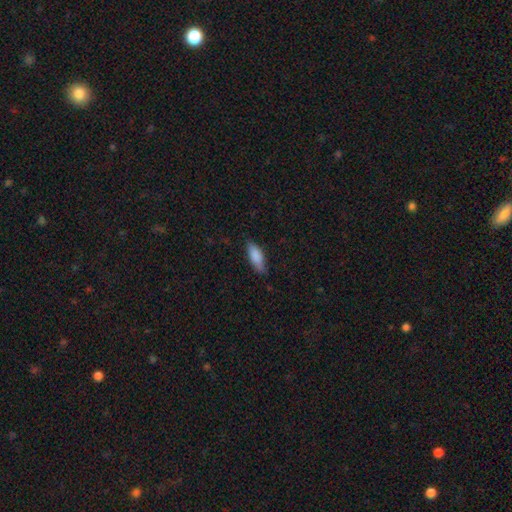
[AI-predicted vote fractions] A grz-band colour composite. It shows a smooth galaxy with no disk features (85%) that is in between round and cigar-shaped (70%). Merging: none (77%).